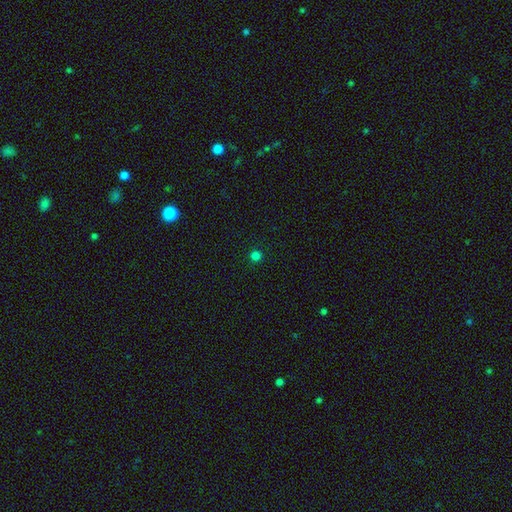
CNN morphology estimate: smooth 78%, star or artifact 19%, featured or disk 3%. Down the decision tree: how rounded — round (95%); merging — none (92%).